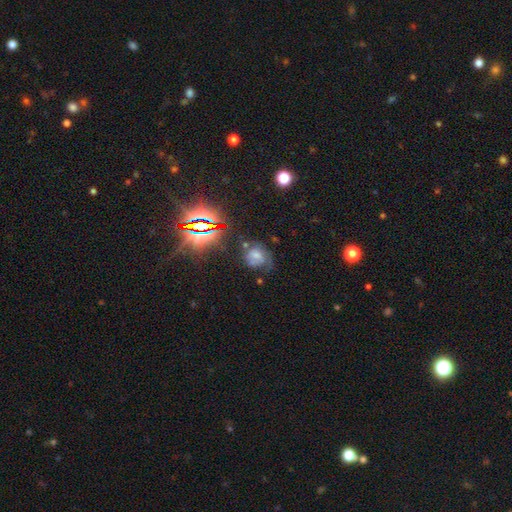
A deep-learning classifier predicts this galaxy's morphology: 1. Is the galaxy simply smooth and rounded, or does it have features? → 42% smooth, 33% featured or disk, 25% star or artifact.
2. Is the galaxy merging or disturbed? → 42% none, 28% minor disturbance, 23% major disturbance, 6% merger.